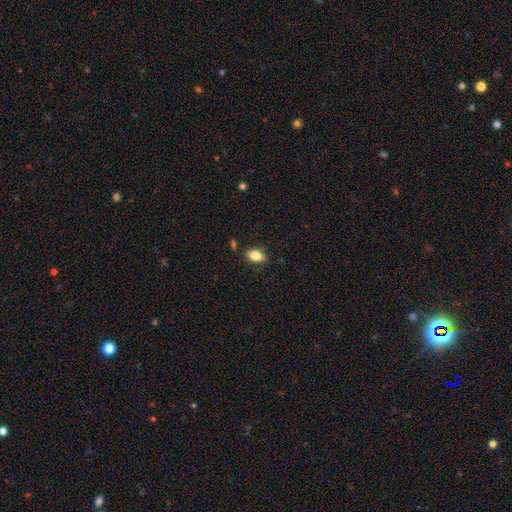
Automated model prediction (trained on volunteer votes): smooth_or_featured: smooth (p=0.82) [alt: featured or disk p=0.11]
how_rounded: in between (p=0.89) [alt: round p=0.08]
merging: none (p=0.84) [alt: minor disturbance p=0.11]